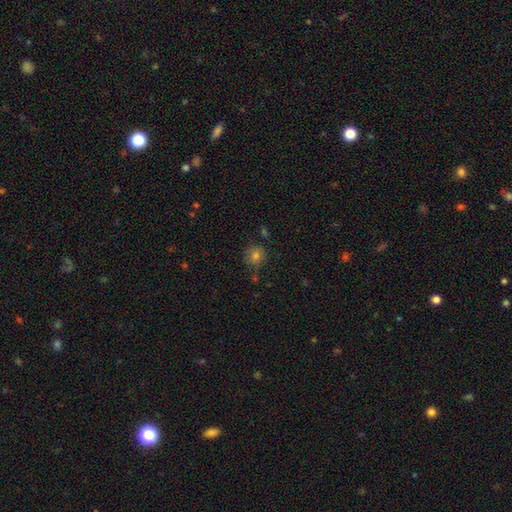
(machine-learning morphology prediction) Smooth or featured? smooth (78%)
How rounded? round (85%)
Merging? none (75%)